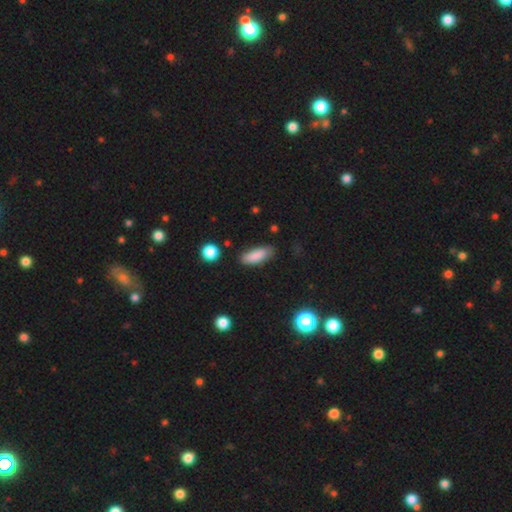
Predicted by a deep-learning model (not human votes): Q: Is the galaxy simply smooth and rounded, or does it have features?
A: smooth — 86%.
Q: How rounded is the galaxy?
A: in between — 69%.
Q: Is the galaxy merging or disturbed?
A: none — 80%.